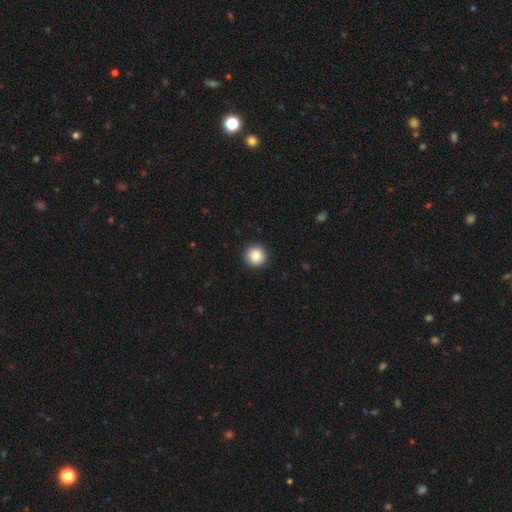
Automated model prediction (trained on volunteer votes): smooth-or-featured: smooth: 85% | star or artifact: 9% | featured or disk: 6%
  how-rounded: round: 96% | in between: 3% | cigar-shaped: 1%
  merging: none: 93% | minor disturbance: 5% | major disturbance: 2% | merger: 1%